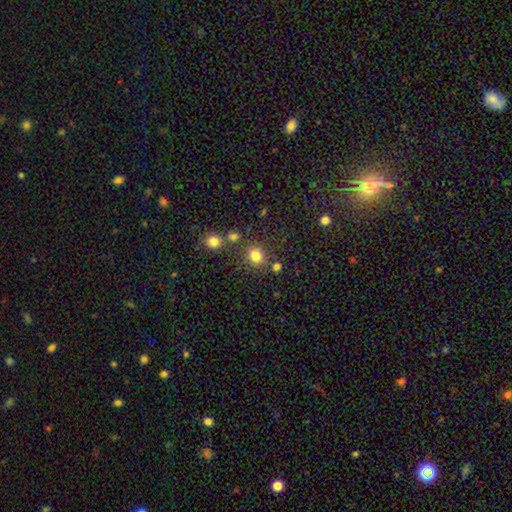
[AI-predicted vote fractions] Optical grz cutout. It shows a smooth galaxy with no disk features (80%) that is round (74%). Merging: none (77%).